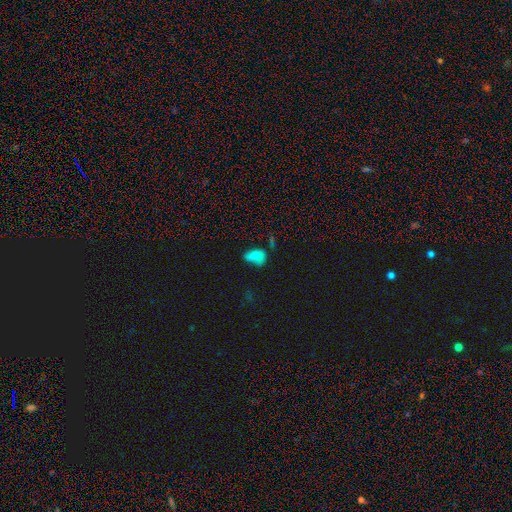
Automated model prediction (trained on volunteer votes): smooth_or_featured: smooth (p=0.74) [alt: star or artifact p=0.15]
how_rounded: in between (p=0.87) [alt: round p=0.08]
merging: none (p=0.34) [alt: minor disturbance p=0.31]